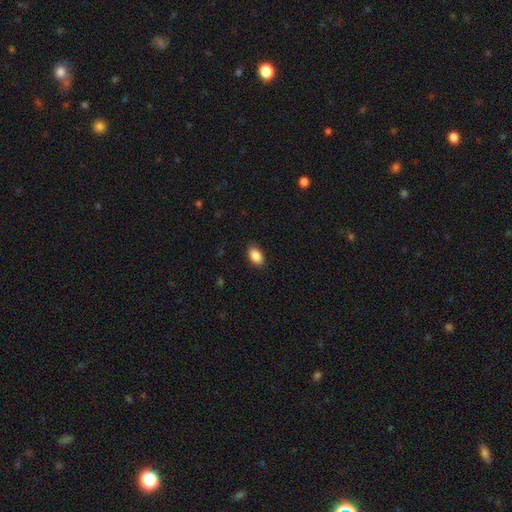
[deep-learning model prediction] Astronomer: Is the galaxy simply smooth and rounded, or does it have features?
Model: smooth — 88%.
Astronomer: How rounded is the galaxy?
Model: in between — 92%.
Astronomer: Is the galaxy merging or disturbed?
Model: none — 87%.